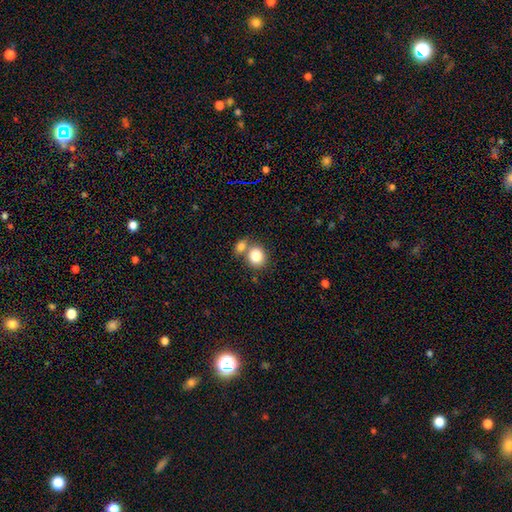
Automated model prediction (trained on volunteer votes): smooth_or_featured: smooth (p=0.83) [alt: star or artifact p=0.09]
how_rounded: round (p=0.69) [alt: in between p=0.30]
merging: none (p=0.49) [alt: merger p=0.40]